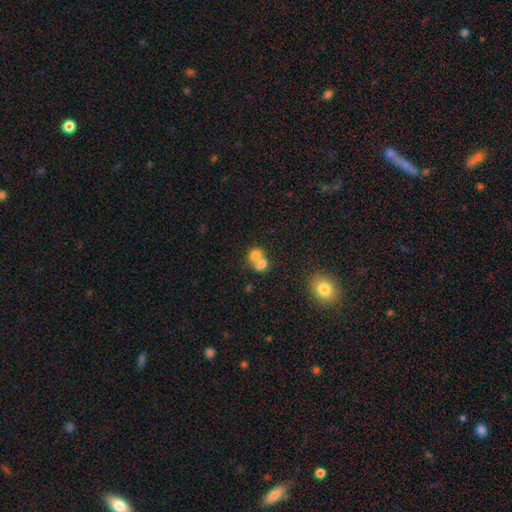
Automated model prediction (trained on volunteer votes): Q: Smooth or featured?
A: smooth (73%); runner-up: featured or disk (17%)
Q: How rounded?
A: round (56%); runner-up: in between (43%)
Q: Merging?
A: merger (69%); runner-up: none (22%)